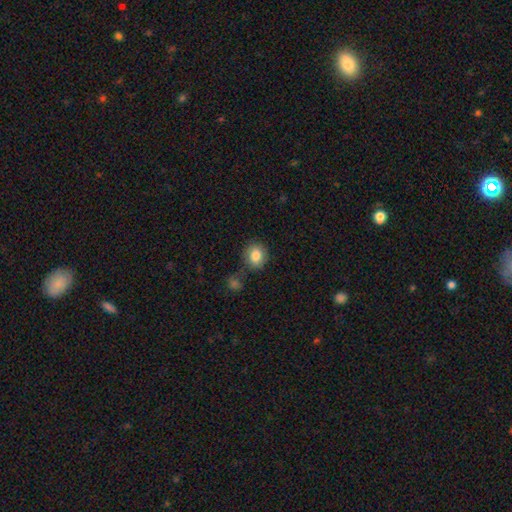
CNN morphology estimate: A smooth galaxy with no disk features (83%) that is round (74%).

Vote fractions:
- Smooth or featured? smooth: 83% / featured or disk: 8% / star or artifact: 8%
- How rounded? round: 74% / in between: 25% / cigar-shaped: 1%
- Merging? none: 70% / minor disturbance: 16% / merger: 8% / major disturbance: 5%